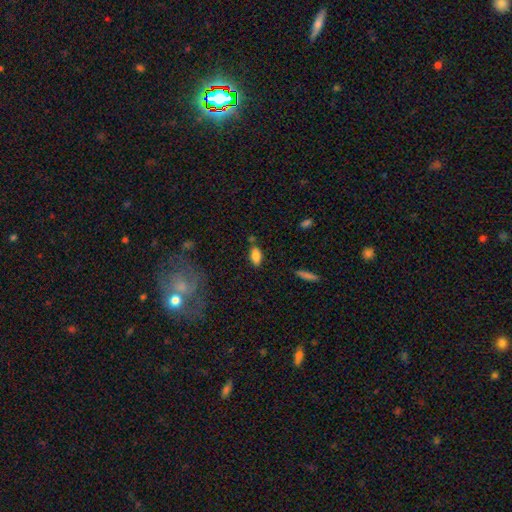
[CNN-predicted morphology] Q: Smooth or featured?
A: smooth (83%); runner-up: featured or disk (8%)
Q: How rounded?
A: in between (88%); runner-up: cigar-shaped (9%)
Q: Merging?
A: none (77%); runner-up: minor disturbance (14%)